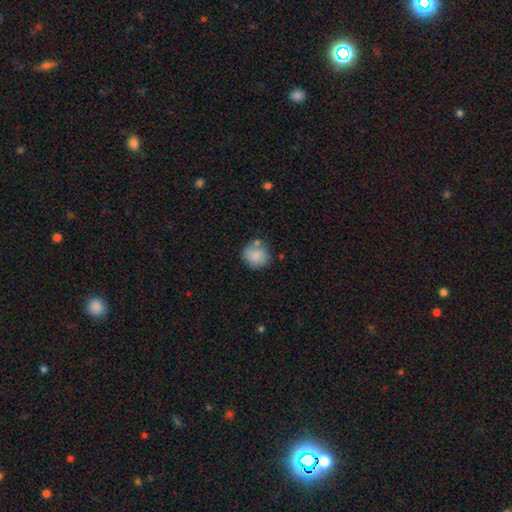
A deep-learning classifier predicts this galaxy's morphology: type=smooth (82%); roundness=round (79%); merging=none (58%).